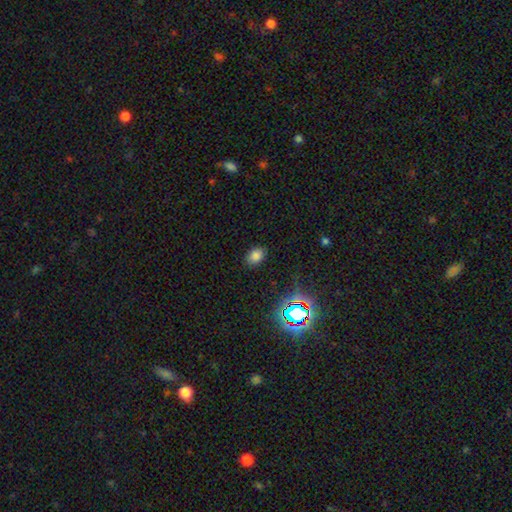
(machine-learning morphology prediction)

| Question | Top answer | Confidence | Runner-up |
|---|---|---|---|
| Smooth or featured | smooth | 77% | star or artifact (18%) |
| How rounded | in between | 76% | round (23%) |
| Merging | none | 85% | minor disturbance (11%) |